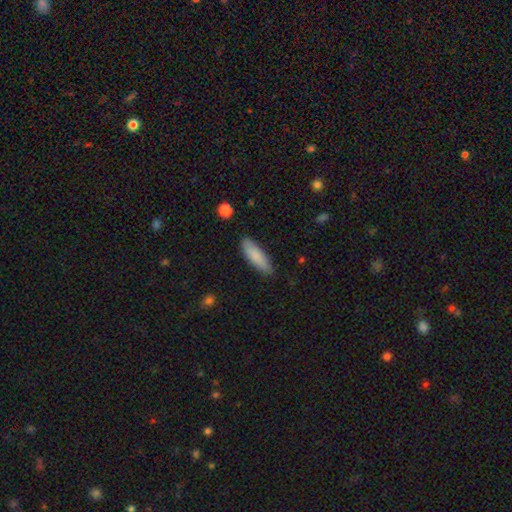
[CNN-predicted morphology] Smooth or featured? Predicted: smooth (p=0.85). How rounded? Predicted: cigar-shaped (p=0.55). Merging? Predicted: none (p=0.85).